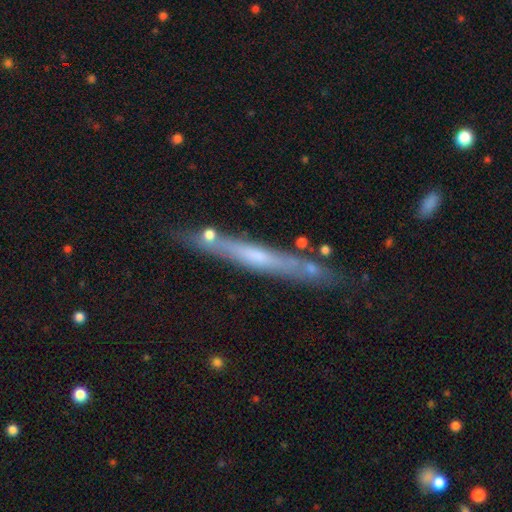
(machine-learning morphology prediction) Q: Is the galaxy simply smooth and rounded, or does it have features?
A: featured or disk — 55%.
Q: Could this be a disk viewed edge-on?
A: yes — 92%.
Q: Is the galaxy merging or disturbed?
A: none — 78%.